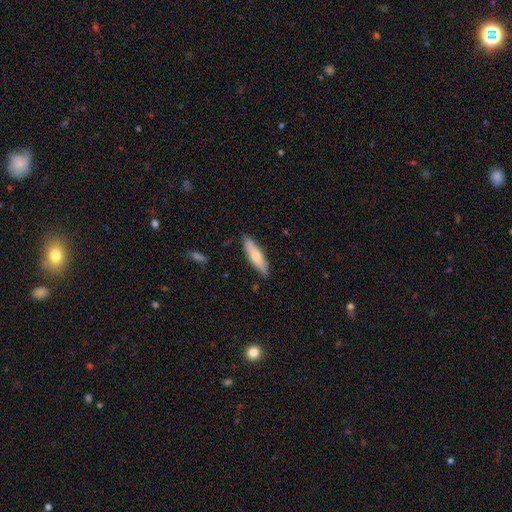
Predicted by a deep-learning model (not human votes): A smooth galaxy with no disk features (63%) that is cigar-shaped (71%). Merging: none (85%).